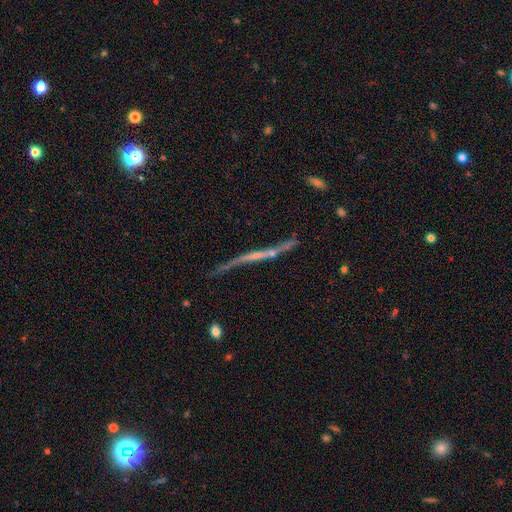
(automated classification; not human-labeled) A featured or disk galaxy (69%) viewed edge-on (90%) with no central bulge (56%). Merging: none (74%).